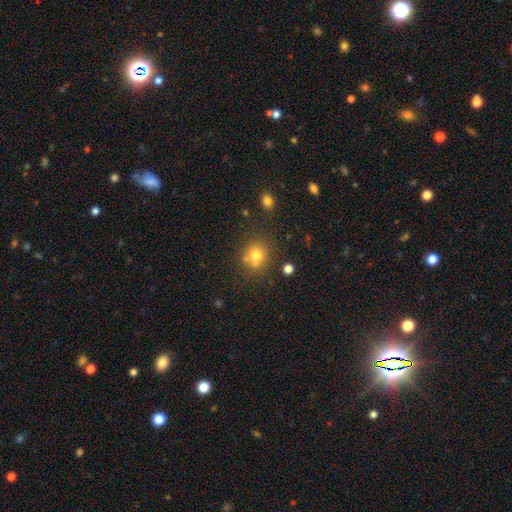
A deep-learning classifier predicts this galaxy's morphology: type=smooth (75%); roundness=round (79%); merging=none (66%).